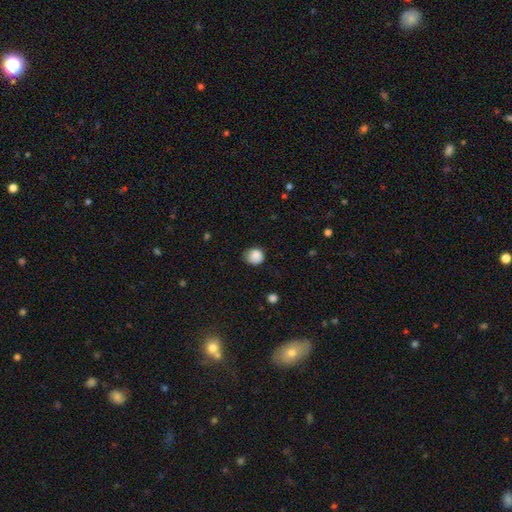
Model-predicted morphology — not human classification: Smooth or featured: smooth — 86% (star or artifact — 9%)
How rounded: round — 83% (in between — 16%)
Merging: none — 69% (minor disturbance — 25%)